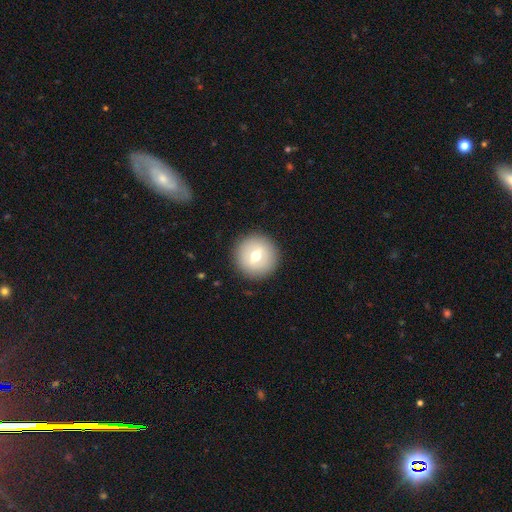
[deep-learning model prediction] A smooth galaxy with no disk features (62%) that is round (95%). Merging: none (90%).